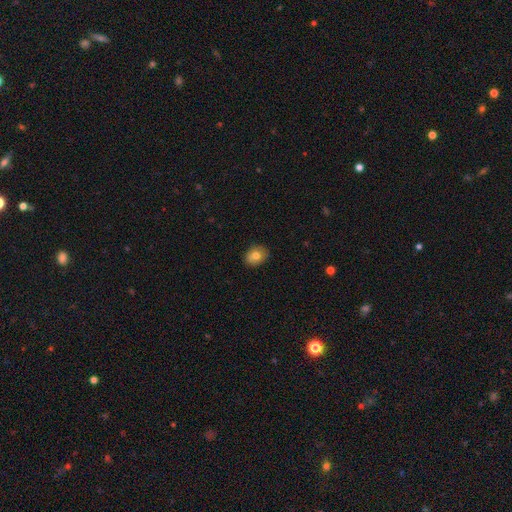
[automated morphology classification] Q: Smooth or featured?
A: smooth (77%); runner-up: featured or disk (14%)
Q: How rounded?
A: round (52%); runner-up: in between (47%)
Q: Merging?
A: none (86%); runner-up: minor disturbance (11%)